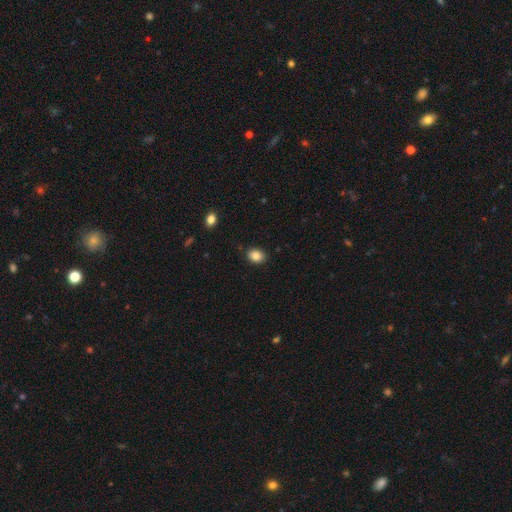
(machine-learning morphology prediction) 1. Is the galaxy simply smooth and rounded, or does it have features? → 85% smooth, 9% star or artifact, 5% featured or disk.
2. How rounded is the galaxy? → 59% in between, 40% round, 1% cigar-shaped.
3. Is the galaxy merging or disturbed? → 88% none, 9% minor disturbance, 2% major disturbance, 1% merger.